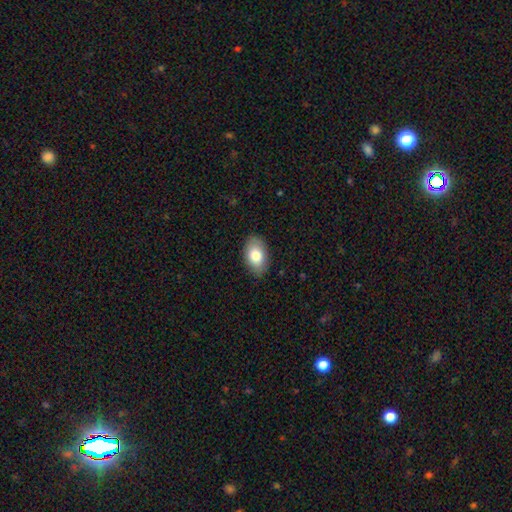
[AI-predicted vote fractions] smooth_or_featured: smooth (p=0.80) [alt: featured or disk p=0.14]
how_rounded: in between (p=0.92) [alt: round p=0.07]
merging: none (p=0.85) [alt: minor disturbance p=0.12]